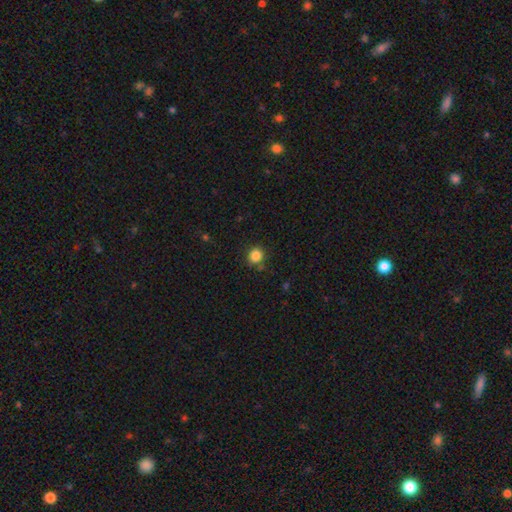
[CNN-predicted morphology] This appears to be a smooth galaxy with no disk features (85%) that is round (84%). Merging: none (83%).